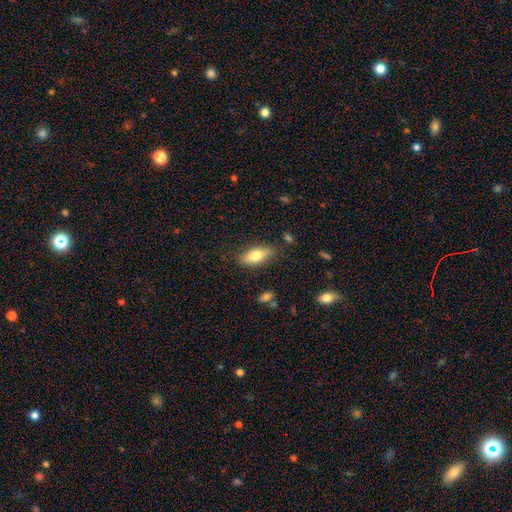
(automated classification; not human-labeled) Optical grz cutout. It shows a smooth galaxy with no disk features (72%) that is in between round and cigar-shaped (76%). Merging: none (81%).